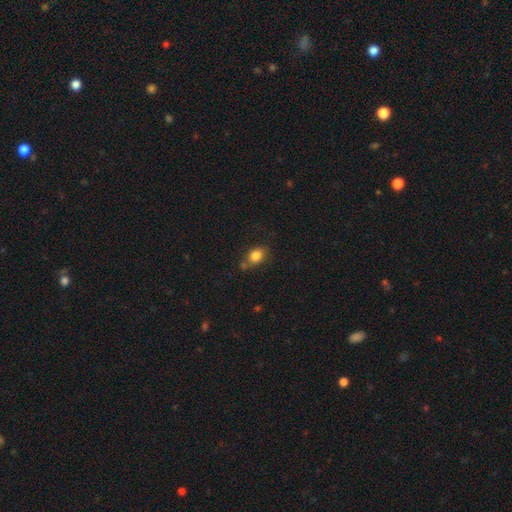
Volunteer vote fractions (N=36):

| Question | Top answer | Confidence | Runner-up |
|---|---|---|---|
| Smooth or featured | smooth | 83% | featured or disk (11%) |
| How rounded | in between | 70% | round (27%) |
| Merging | none | 76% | merger (12%) |